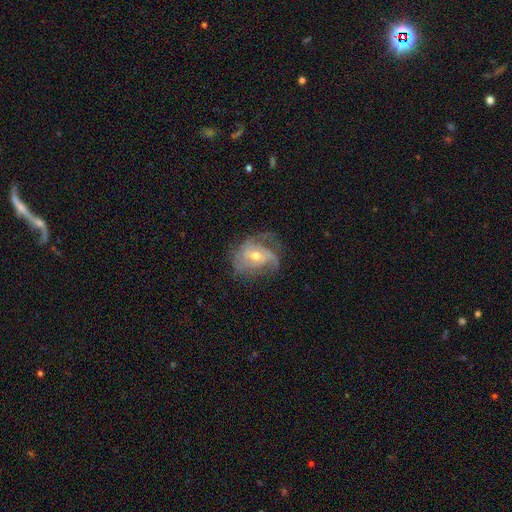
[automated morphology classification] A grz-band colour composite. It shows a featured or disk galaxy (79%) with no bar (55%), 2 (31%) medium (42%) spiral arms (91%) and a moderate central bulge (59%). Merging: none (53%).